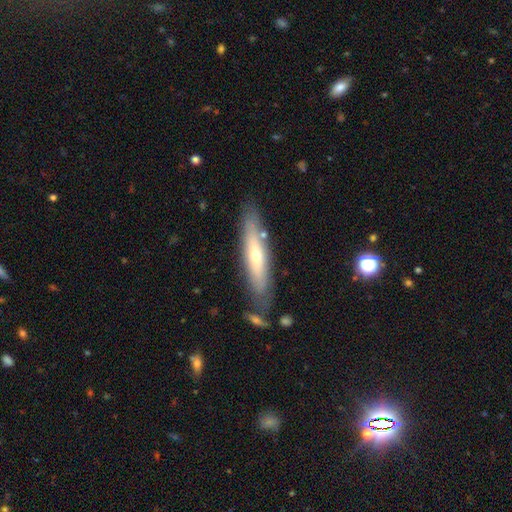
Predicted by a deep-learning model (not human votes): The model was most divided on "smooth or featured": featured or disk: 48%, smooth: 46%, star or artifact: 6%. More confident: merging — none (78%).